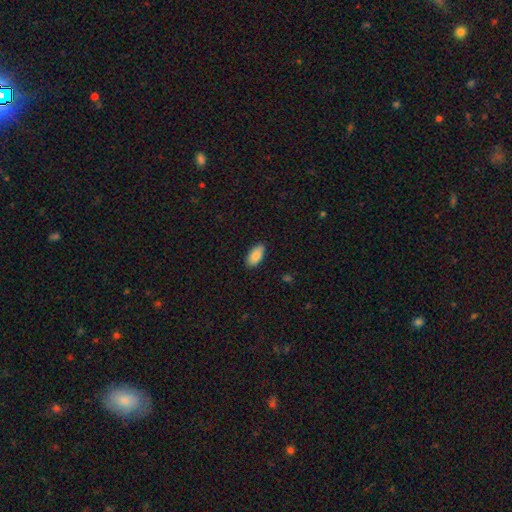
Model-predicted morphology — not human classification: A smooth galaxy with no disk features (86%) that is in between round and cigar-shaped (94%).

Vote fractions:
- Smooth or featured? smooth: 86% / featured or disk: 8% / star or artifact: 7%
- How rounded? in between: 94% / cigar-shaped: 4% / round: 2%
- Merging? none: 87% / minor disturbance: 10% / major disturbance: 2% / merger: 1%